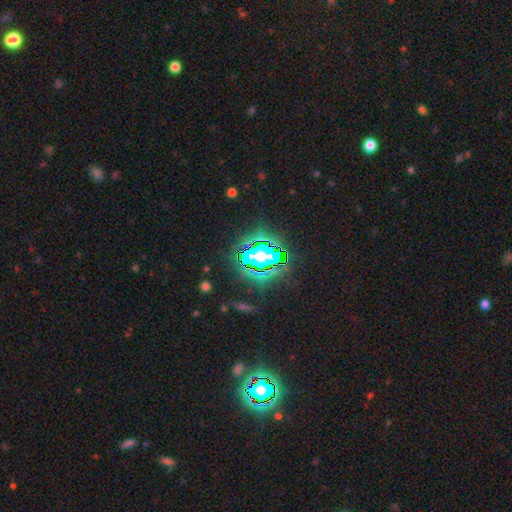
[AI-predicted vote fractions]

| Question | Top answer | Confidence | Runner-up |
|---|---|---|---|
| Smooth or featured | star or artifact | 82% | smooth (11%) |